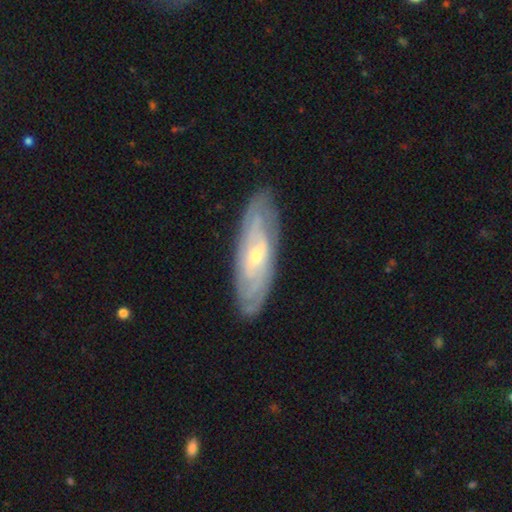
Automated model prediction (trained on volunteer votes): Smooth or featured?
  - featured or disk: 78% *
  - smooth: 16%
  - star or artifact: 6%
Edge-on disk?
  - no: 81% *
  - yes: 19%
Bar?
  - no: 49% *
  - weak: 38%
  - strong: 12%
Spiral arms?
  - yes: 91% *
  - no: 9%
Spiral winding?
  - tight: 72% *
  - medium: 22%
  - loose: 6%
Spiral arm count?
  - can't tell: 53% *
  - 2: 18%
  - 3: 11%
  - 4: 10%
  - more than 4: 5%
  - 1: 4%
Bulge size?
  - small: 58% *
  - moderate: 38%
  - large: 2%
  - none: 1%
  - dominant: 1%
Merging?
  - none: 83% *
  - minor disturbance: 13%
  - major disturbance: 3%
  - merger: 1%